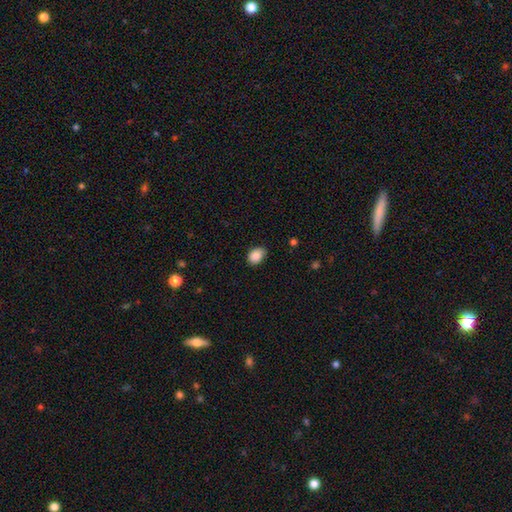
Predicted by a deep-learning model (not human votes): Smooth or featured?
  - smooth: 88% *
  - star or artifact: 8%
  - featured or disk: 4%
How rounded?
  - in between: 67% *
  - round: 32%
  - cigar-shaped: 1%
Merging?
  - none: 68% *
  - minor disturbance: 26%
  - major disturbance: 4%
  - merger: 1%